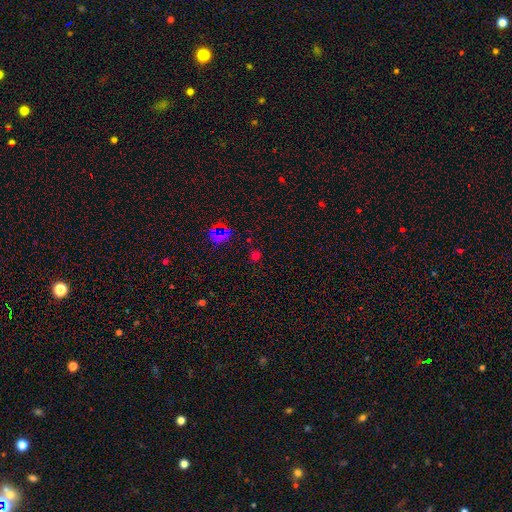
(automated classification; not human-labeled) Smooth or featured? smooth (55%)
How rounded? round (91%)
Merging? none (87%)